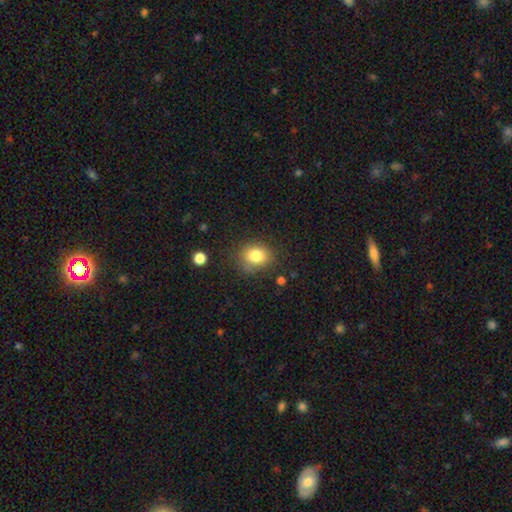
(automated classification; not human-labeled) Q: Smooth or featured?
A: smooth (82%); runner-up: star or artifact (10%)
Q: How rounded?
A: round (58%); runner-up: in between (41%)
Q: Merging?
A: none (77%); runner-up: minor disturbance (15%)